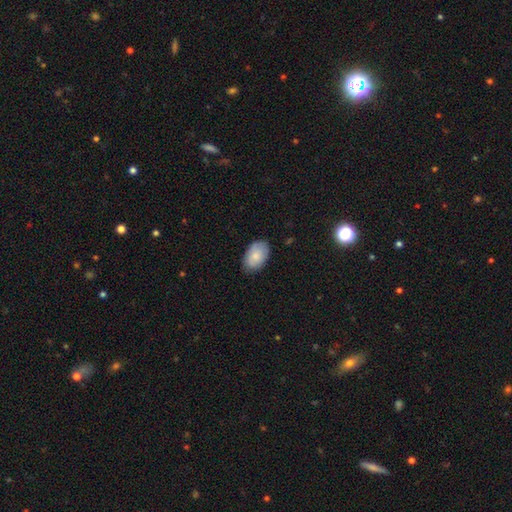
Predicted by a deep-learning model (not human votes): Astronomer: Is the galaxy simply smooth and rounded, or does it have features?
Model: smooth — 82%.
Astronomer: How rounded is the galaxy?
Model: in between — 91%.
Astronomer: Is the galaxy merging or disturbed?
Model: none — 81%.